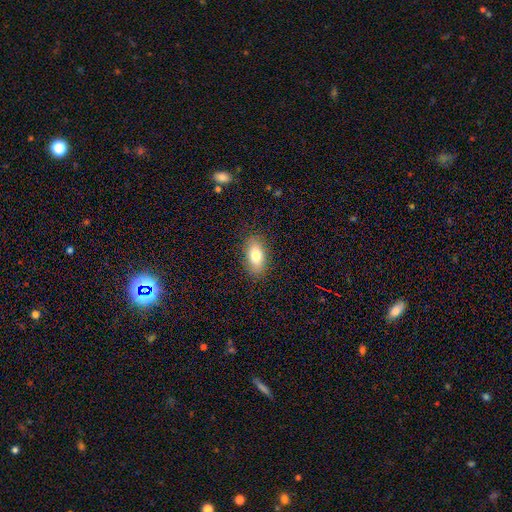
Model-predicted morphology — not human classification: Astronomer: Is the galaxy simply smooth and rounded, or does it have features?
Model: smooth — 79%.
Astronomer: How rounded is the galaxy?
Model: in between — 88%.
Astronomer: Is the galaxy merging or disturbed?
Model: none — 86%.